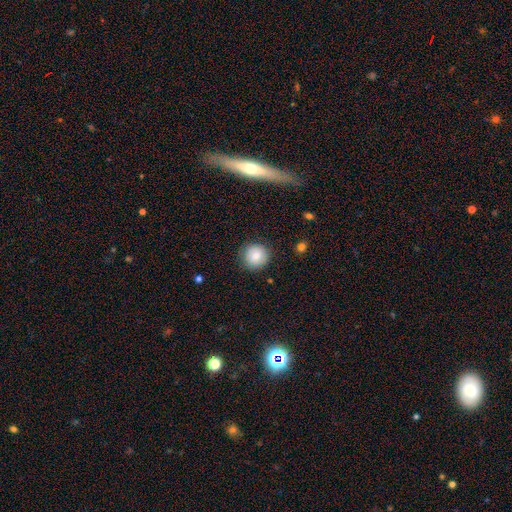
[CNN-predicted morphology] A smooth galaxy with no disk features (78%) that is round (93%). Merging: none (86%).